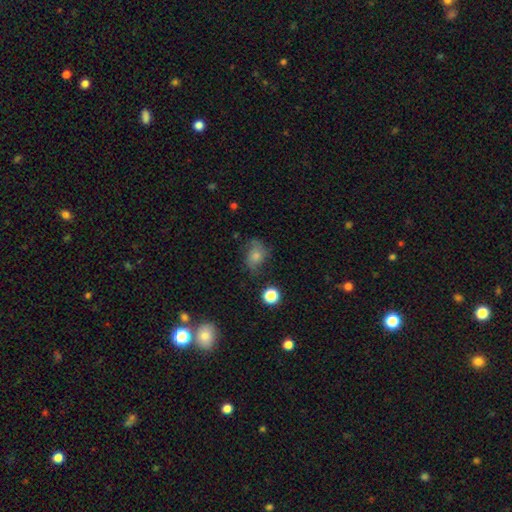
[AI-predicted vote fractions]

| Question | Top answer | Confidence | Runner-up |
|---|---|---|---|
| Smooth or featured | smooth | 68% | featured or disk (18%) |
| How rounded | in between | 62% | round (37%) |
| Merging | none | 56% | minor disturbance (28%) |